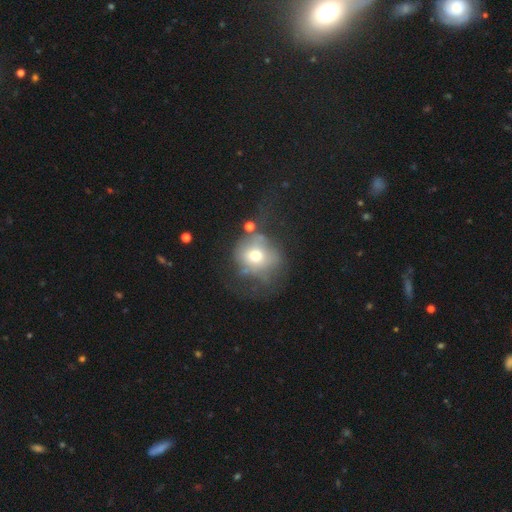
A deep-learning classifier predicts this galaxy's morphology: smooth 58%, featured or disk 29%, star or artifact 13%. Down the decision tree: how rounded — round (80%); merging — none (36%, tied with major disturbance).